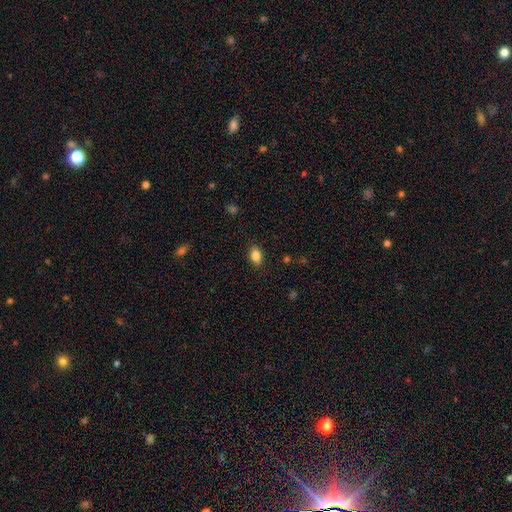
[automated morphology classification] The model was most divided on "smooth or featured": smooth: 84%, star or artifact: 8%, featured or disk: 7%. More confident: how rounded — in between (88%); merging — none (87%).